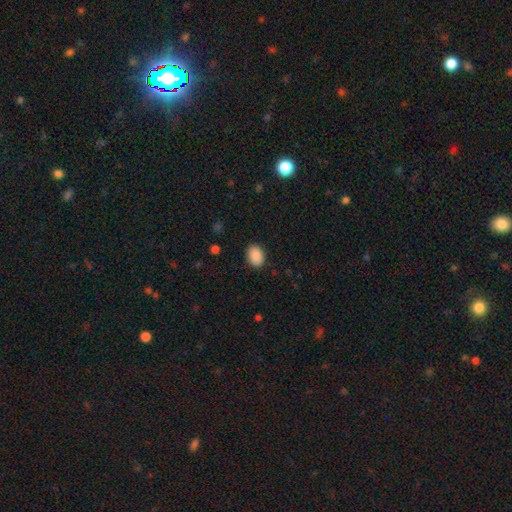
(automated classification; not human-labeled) A smooth galaxy with no disk features (90%) that is in between round and cigar-shaped (79%).

Vote fractions:
- Smooth or featured? smooth: 90% / star or artifact: 7% / featured or disk: 3%
- How rounded? in between: 79% / round: 20% / cigar-shaped: 1%
- Merging? none: 88% / minor disturbance: 9% / major disturbance: 2% / merger: 1%